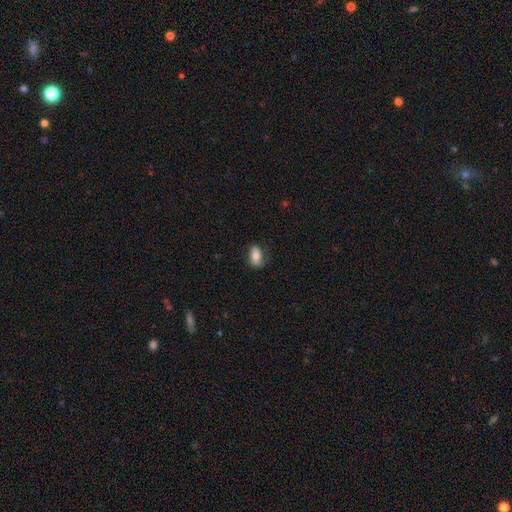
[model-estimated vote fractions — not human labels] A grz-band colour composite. It shows a smooth galaxy with no disk features (72%) that is in between round and cigar-shaped (86%). Merging: none (73%).